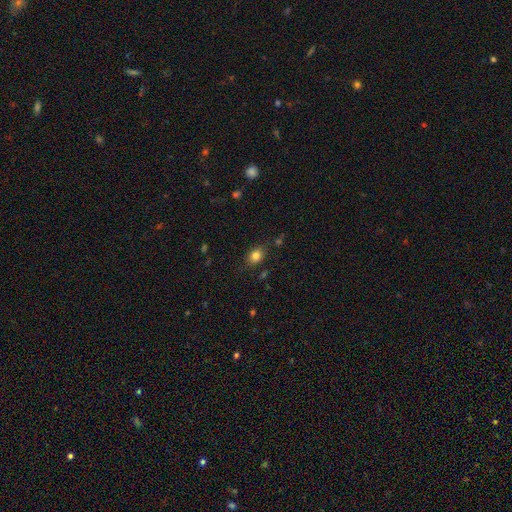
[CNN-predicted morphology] This appears to be a smooth galaxy with no disk features (82%) that is in between round and cigar-shaped (56%). Merging: none (82%).